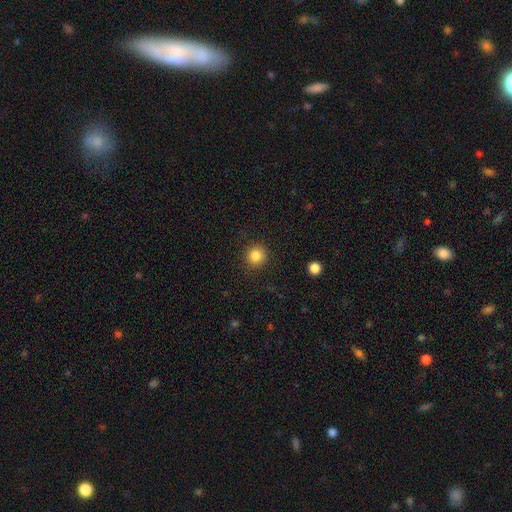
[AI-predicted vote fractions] The model was most divided on "smooth or featured": smooth: 84%, star or artifact: 11%, featured or disk: 5%. More confident: how rounded — round (93%); merging — none (91%).